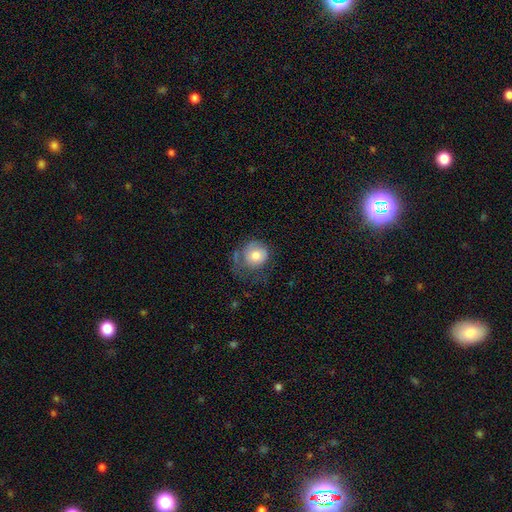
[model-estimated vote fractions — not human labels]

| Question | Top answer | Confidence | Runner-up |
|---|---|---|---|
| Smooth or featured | smooth | 68% | featured or disk (24%) |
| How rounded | round | 81% | in between (18%) |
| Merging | none | 39% | major disturbance (31%) |